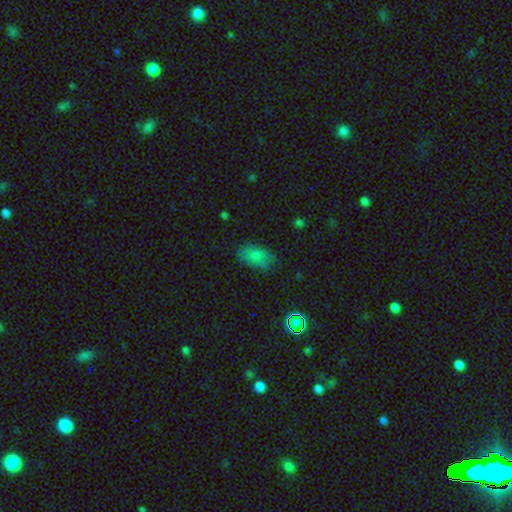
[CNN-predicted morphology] Smooth or featured? Predicted: smooth (p=0.78). How rounded? Predicted: in between (p=0.91). Merging? Predicted: none (p=0.71).